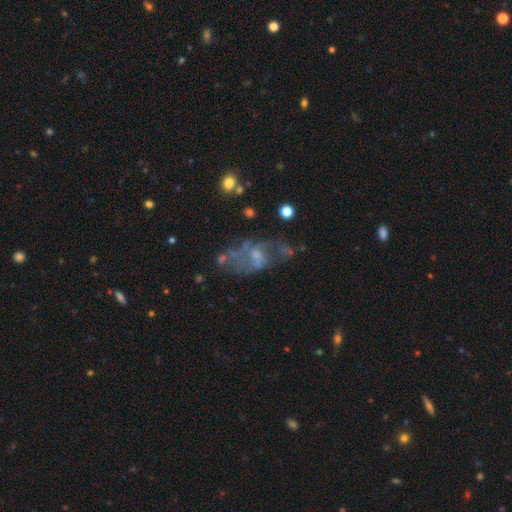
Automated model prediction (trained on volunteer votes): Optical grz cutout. It shows a featured or disk galaxy (64%) with no bar (58%), spiral arms (50%, tied with no) and a small central bulge (48%). Merging: none (44%).